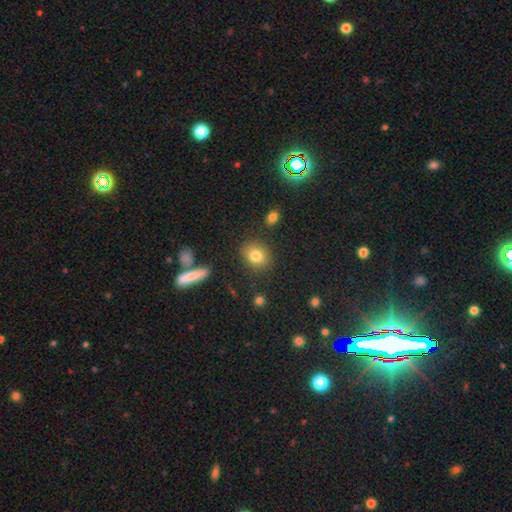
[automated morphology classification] Overall: smooth (81%). How rounded: round (60%; in between 38%). Merging: none (84%).